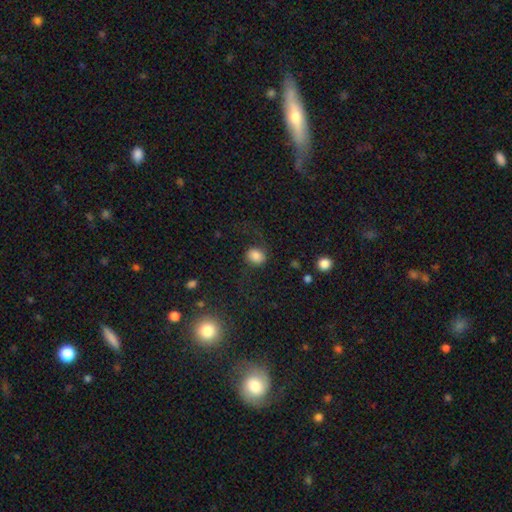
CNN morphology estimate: smooth_or_featured: smooth (p=0.78) [alt: featured or disk p=0.11]
how_rounded: round (p=0.62) [alt: in between p=0.37]
merging: none (p=0.68) [alt: minor disturbance p=0.16]